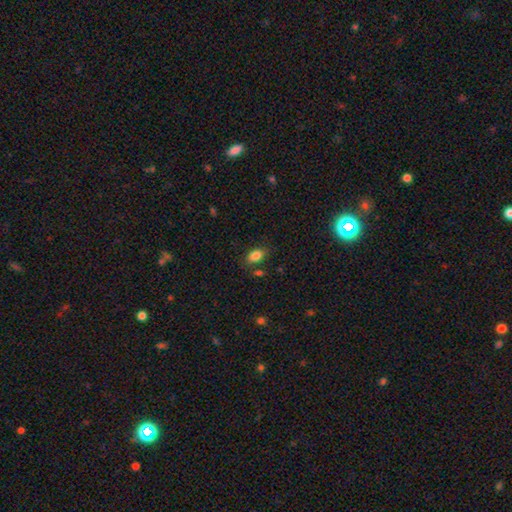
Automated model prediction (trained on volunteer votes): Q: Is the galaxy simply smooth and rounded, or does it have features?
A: smooth — 85%.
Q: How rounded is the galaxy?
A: in between — 88%.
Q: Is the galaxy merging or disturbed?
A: none — 78%.